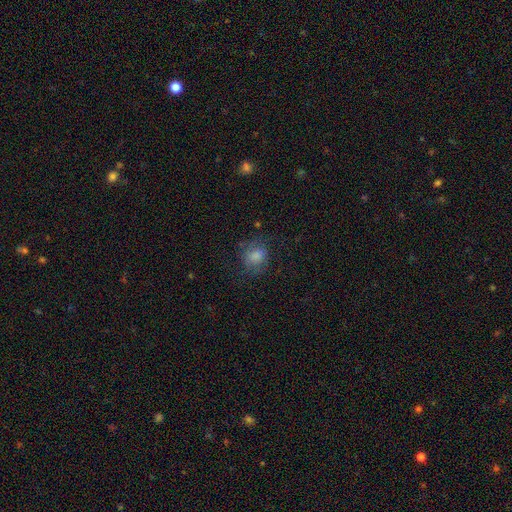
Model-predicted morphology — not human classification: Smooth or featured?
  - smooth: 63% *
  - featured or disk: 20%
  - star or artifact: 17%
How rounded?
  - round: 61% *
  - in between: 38%
  - cigar-shaped: 1%
Merging?
  - none: 68% *
  - minor disturbance: 18%
  - major disturbance: 12%
  - merger: 1%